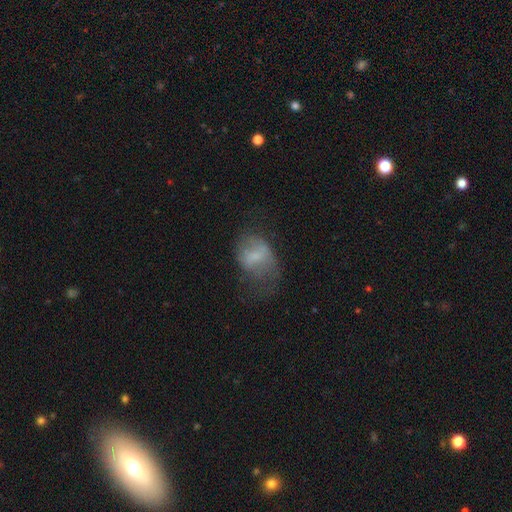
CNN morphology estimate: Smooth or featured?
  - smooth: 53% *
  - featured or disk: 36%
  - star or artifact: 11%
How rounded?
  - in between: 71% *
  - round: 27%
  - cigar-shaped: 1%
Merging?
  - major disturbance: 39% *
  - none: 32%
  - minor disturbance: 26%
  - merger: 3%